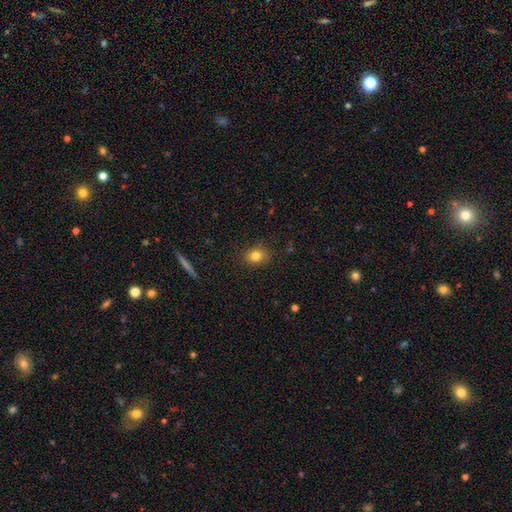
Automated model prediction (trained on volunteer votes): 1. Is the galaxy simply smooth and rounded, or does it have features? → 81% smooth, 12% star or artifact, 7% featured or disk.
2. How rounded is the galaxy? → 57% round, 42% in between, 1% cigar-shaped.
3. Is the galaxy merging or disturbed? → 87% none, 9% minor disturbance, 2% major disturbance, 1% merger.